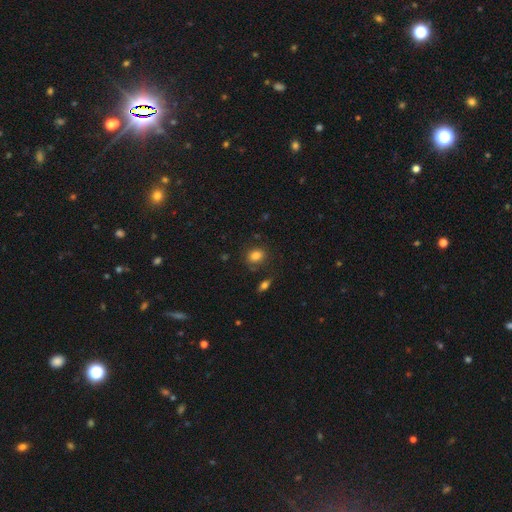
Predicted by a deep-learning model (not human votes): smooth 82%, star or artifact 10%, featured or disk 8%. Down the decision tree: how rounded — in between (59%); merging — none (77%).